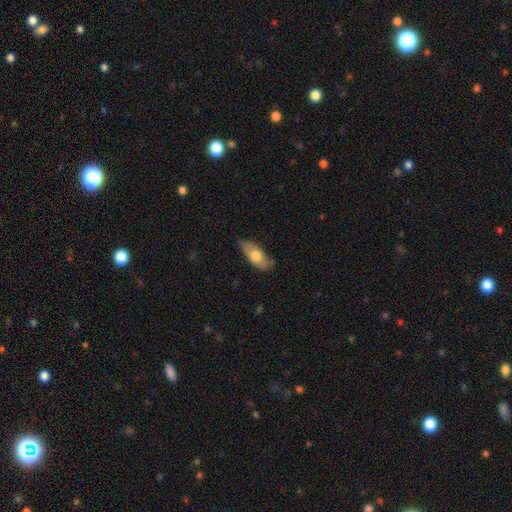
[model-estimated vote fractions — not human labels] A smooth galaxy with no disk features (65%) that is in between round and cigar-shaped (83%). Merging: none (70%).